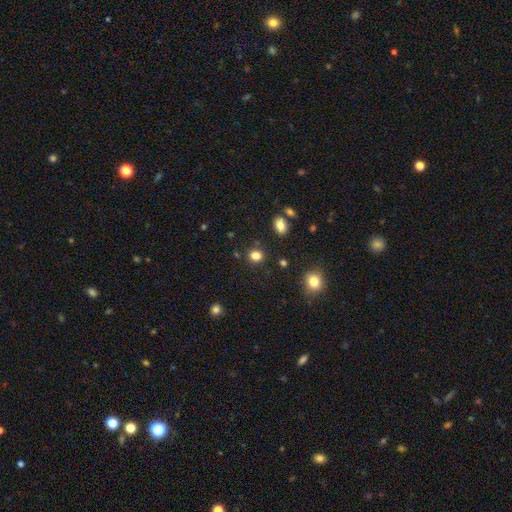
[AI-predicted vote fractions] smooth 83%, star or artifact 13%, featured or disk 5%. Down the decision tree: how rounded — round (69%); merging — none (85%).